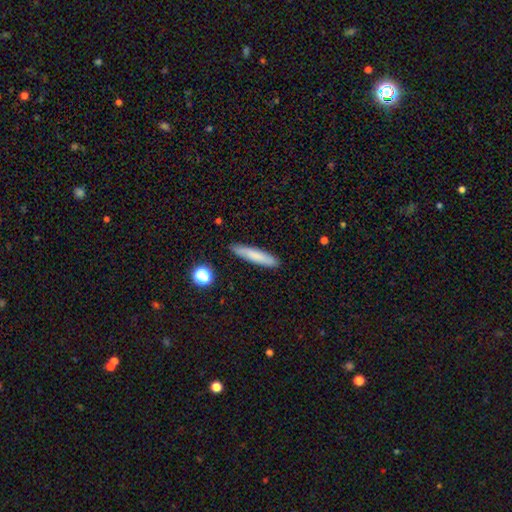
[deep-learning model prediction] Smooth or featured: smooth — 76% (featured or disk — 16%)
How rounded: cigar-shaped — 88% (in between — 10%)
Merging: none — 87% (minor disturbance — 9%)